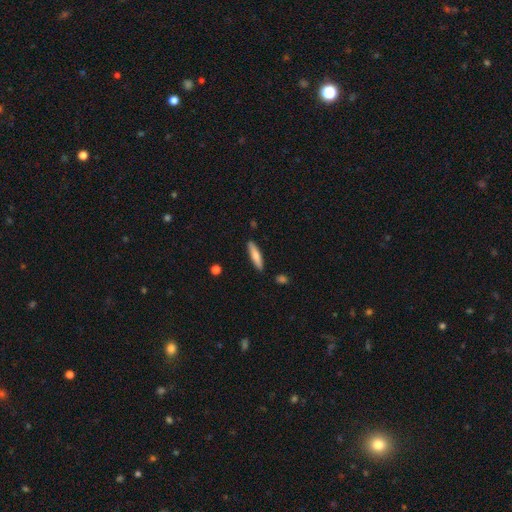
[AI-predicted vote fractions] The model was most divided on "smooth or featured": smooth: 73%, featured or disk: 21%, star or artifact: 6%. More confident: merging — none (88%); how rounded — cigar-shaped (81%).